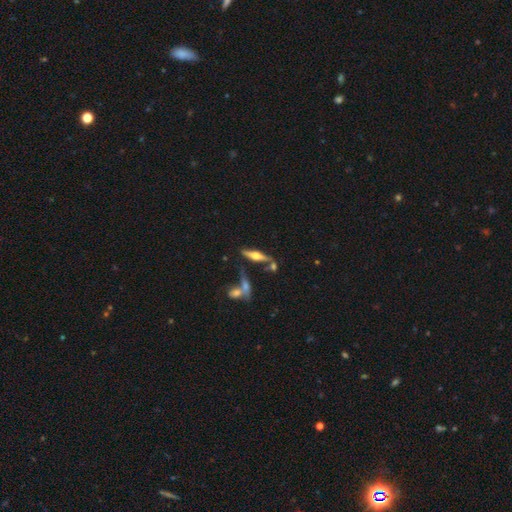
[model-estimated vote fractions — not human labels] Overall: featured or disk (71%). Edge-on disk: yes (95%). Edge-on bulge: rounded (94%). Merging: none (70%).